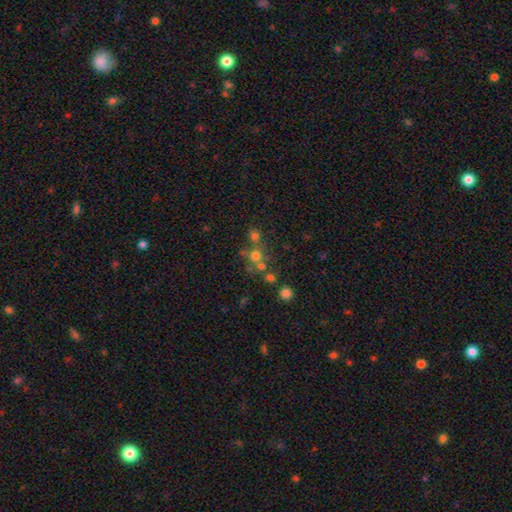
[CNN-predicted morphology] This is likely a smooth galaxy (60%). How rounded: clearly round (86%). Merging: possibly none (52%).